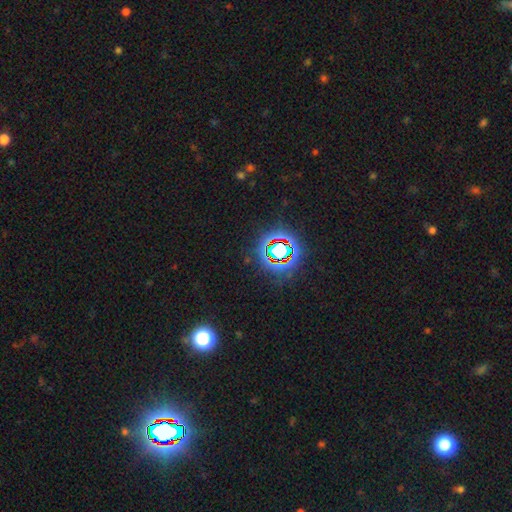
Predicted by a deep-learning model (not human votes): A star or artifact, not a galaxy (80%).

Vote fractions:
- Smooth or featured? star or artifact: 80% / smooth: 11% / featured or disk: 9%